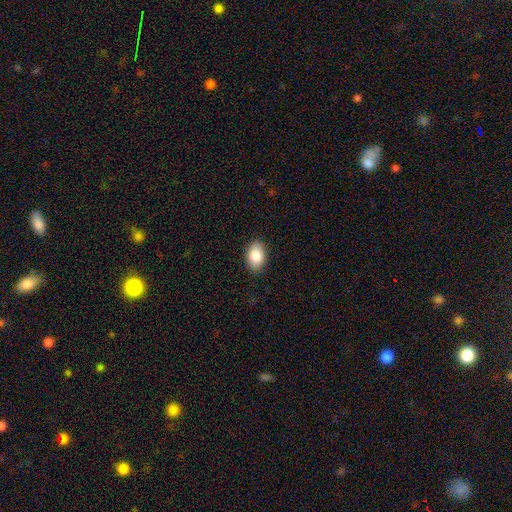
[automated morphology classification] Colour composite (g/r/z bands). It shows a smooth galaxy with no disk features (87%) that is in between round and cigar-shaped (88%). Merging: none (88%).